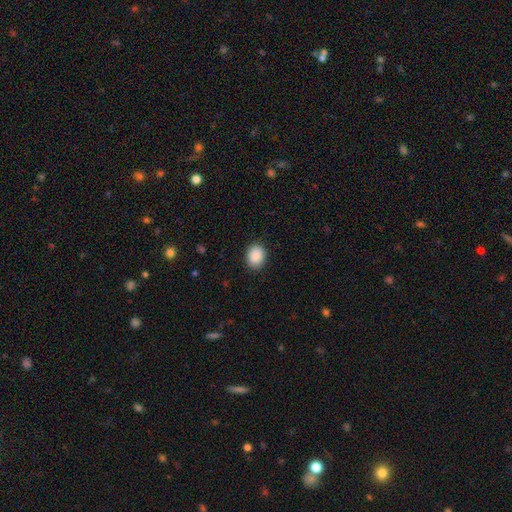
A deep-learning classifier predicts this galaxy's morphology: Smooth or featured? smooth (90%)
How rounded? round (52%)
Merging? none (89%)